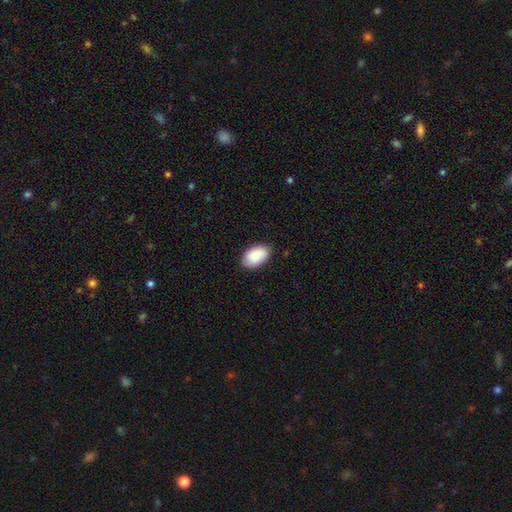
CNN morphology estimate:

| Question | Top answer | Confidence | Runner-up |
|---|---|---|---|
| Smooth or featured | smooth | 90% | star or artifact (6%) |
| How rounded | in between | 95% | round (4%) |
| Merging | none | 85% | minor disturbance (12%) |